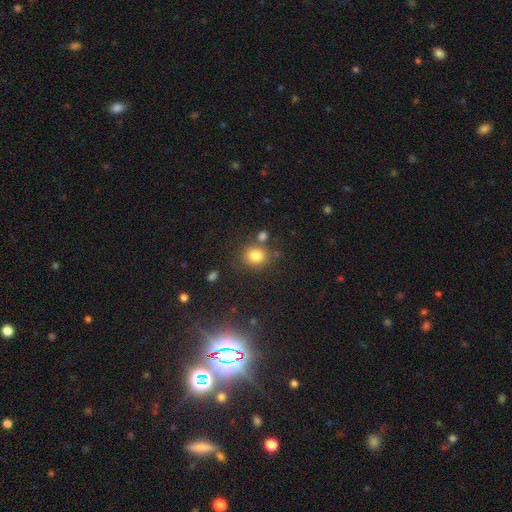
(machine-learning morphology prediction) Smooth or featured? Predicted: smooth (p=0.80). How rounded? Predicted: round (p=0.76). Merging? Predicted: none (p=0.71).